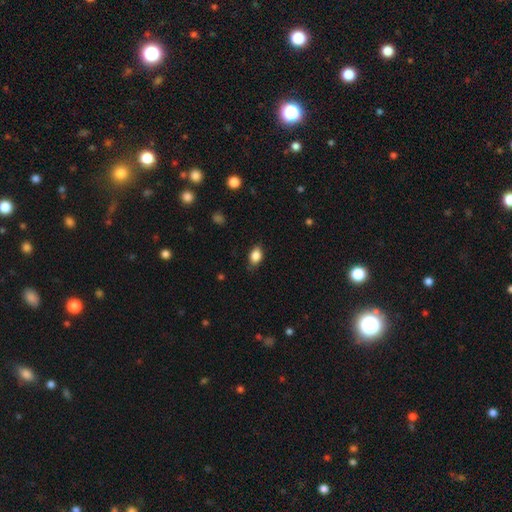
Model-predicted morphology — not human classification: Smooth or featured? smooth (85%)
How rounded? in between (83%)
Merging? none (79%)